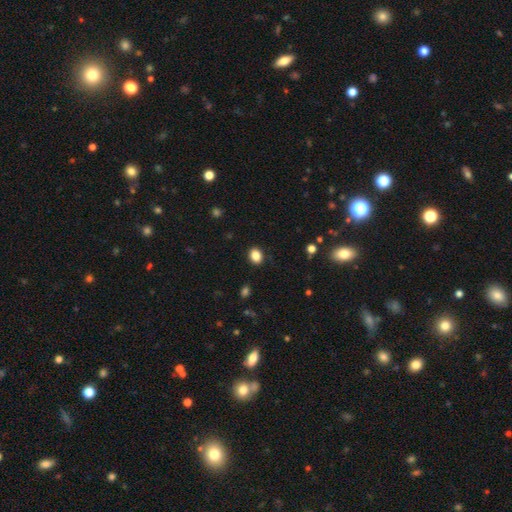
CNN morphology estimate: A smooth galaxy with no disk features (85%) that is in between round and cigar-shaped (54%). Merging: none (89%).